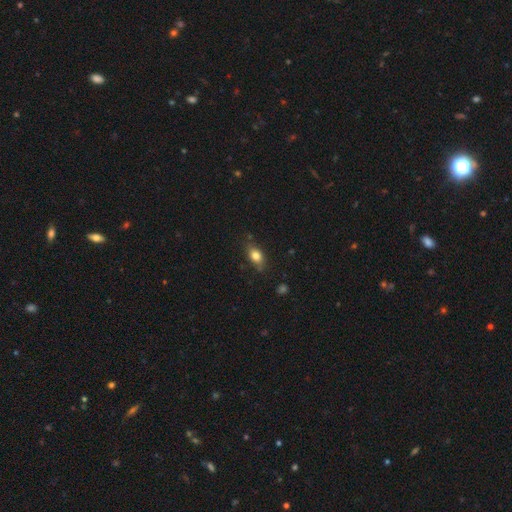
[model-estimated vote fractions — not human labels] smooth_or_featured: smooth (p=0.80) [alt: featured or disk p=0.12]
how_rounded: in between (p=0.81) [alt: round p=0.14]
merging: none (p=0.77) [alt: minor disturbance p=0.18]